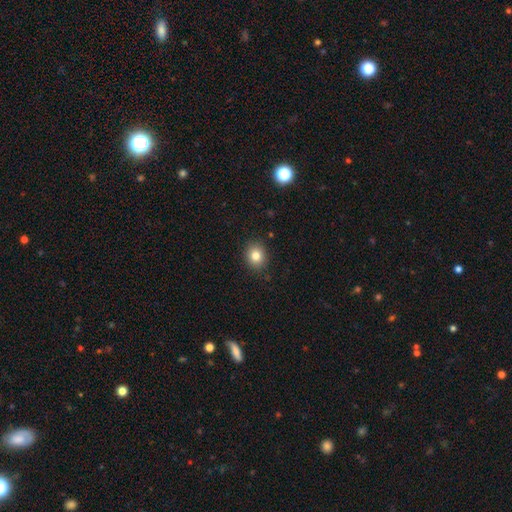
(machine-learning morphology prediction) type=smooth (82%); roundness=round (71%); merging=none (88%).